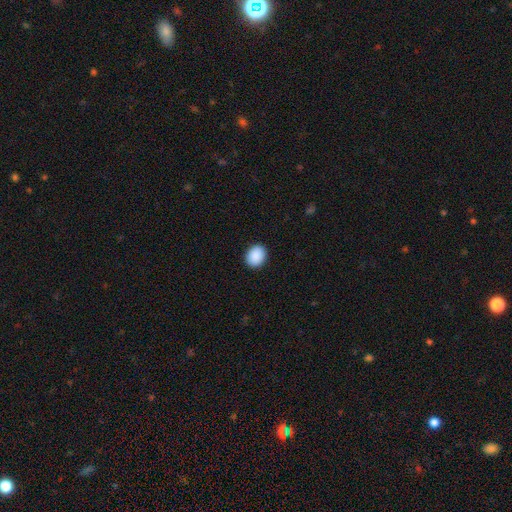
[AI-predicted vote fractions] The model was most divided on "how rounded": in between: 50%, round: 49%, cigar-shaped: 1%. More confident: merging — none (91%); smooth or featured — smooth (91%).